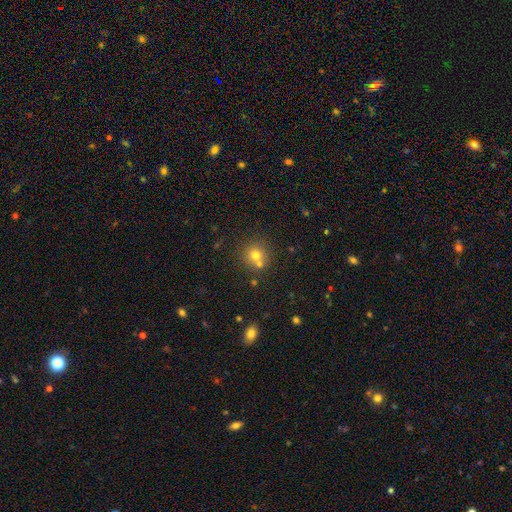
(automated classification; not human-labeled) A smooth galaxy with no disk features (71%) that is round (90%).

Vote fractions:
- Smooth or featured? smooth: 71% / star or artifact: 17% / featured or disk: 12%
- How rounded? round: 90% / in between: 9% / cigar-shaped: 1%
- Merging? none: 62% / merger: 27% / minor disturbance: 8% / major disturbance: 3%